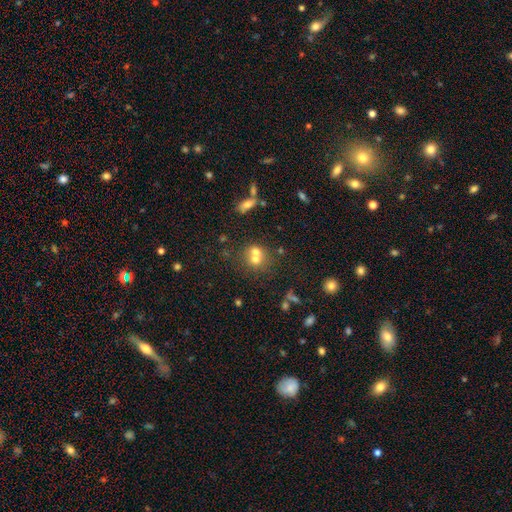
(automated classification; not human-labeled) Overall: smooth (63%). How rounded: round (76%). Merging: merger (57%; none 33%).